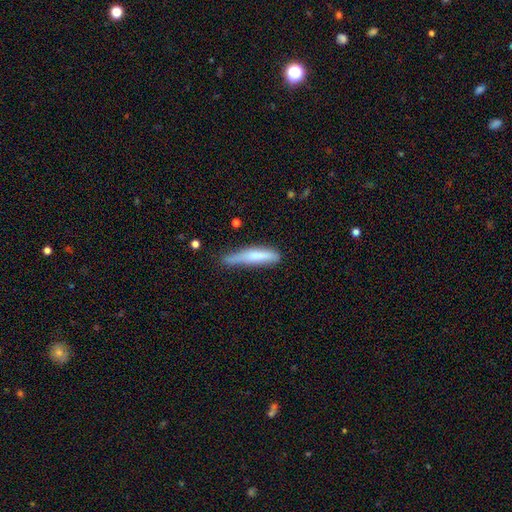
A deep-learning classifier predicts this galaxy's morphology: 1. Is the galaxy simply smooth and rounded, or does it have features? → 67% smooth, 27% featured or disk, 6% star or artifact.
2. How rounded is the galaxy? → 88% cigar-shaped, 11% in between, 1% round.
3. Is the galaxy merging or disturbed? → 59% none, 31% minor disturbance, 7% major disturbance, 3% merger.